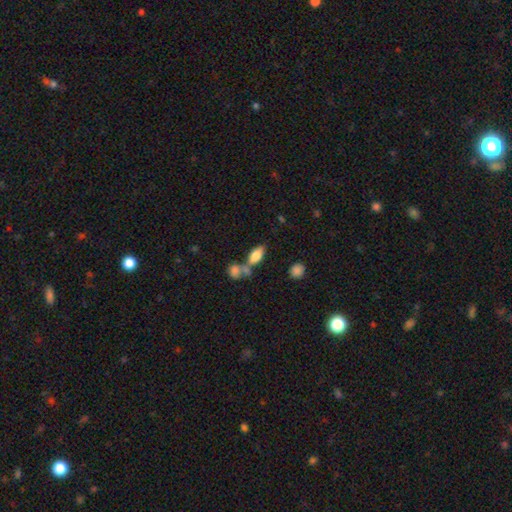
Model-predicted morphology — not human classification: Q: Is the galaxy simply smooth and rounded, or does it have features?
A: smooth — 75%.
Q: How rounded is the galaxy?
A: in between — 83%.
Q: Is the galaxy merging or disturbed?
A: none — 46%.